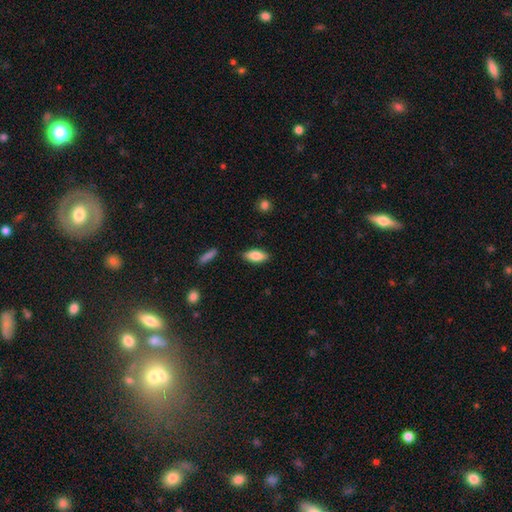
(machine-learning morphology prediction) This appears to be a smooth galaxy with no disk features (83%) that is in between round and cigar-shaped (82%). Merging: none (85%).